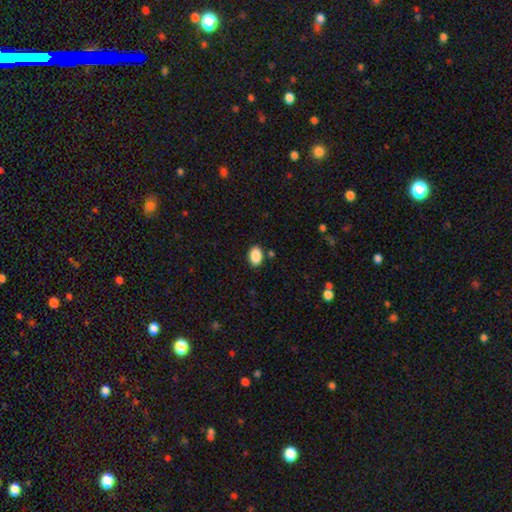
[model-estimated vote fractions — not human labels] This is clearly a smooth galaxy (89%). How rounded: clearly in between (85%). Merging: clearly none (86%).